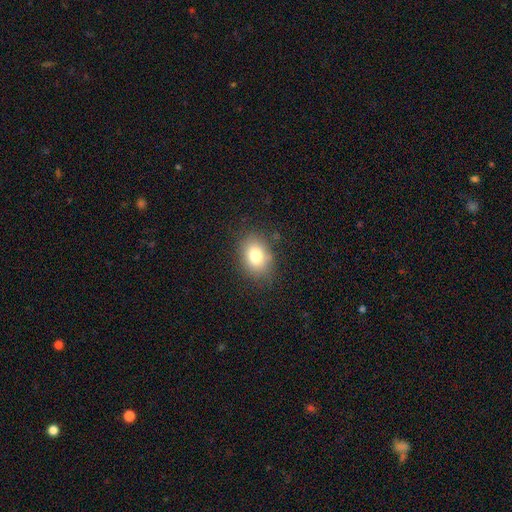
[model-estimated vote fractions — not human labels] Smooth or featured: smooth — 78% (featured or disk — 11%)
How rounded: in between — 63% (round — 36%)
Merging: none — 81% (minor disturbance — 13%)